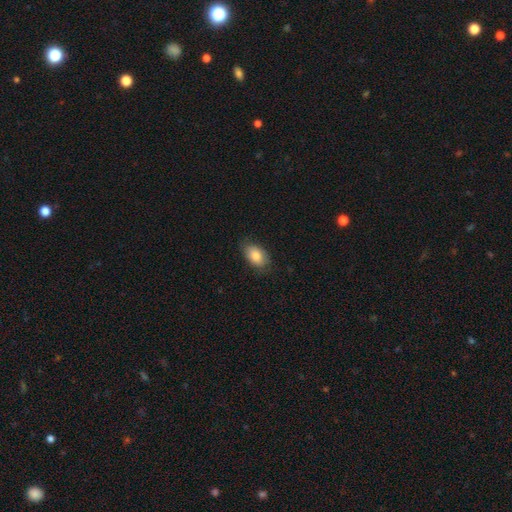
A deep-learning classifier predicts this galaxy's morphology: This appears to be a smooth galaxy with no disk features (83%) that is in between round and cigar-shaped (90%). Merging: none (80%).